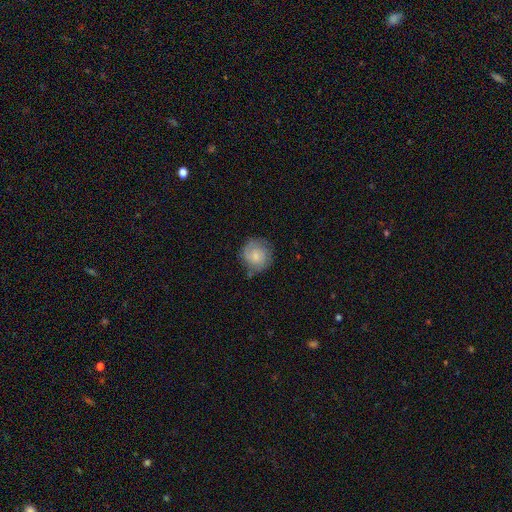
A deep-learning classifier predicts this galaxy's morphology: type=featured or disk (51%); edge-on=no (98%); merging=none (71%).